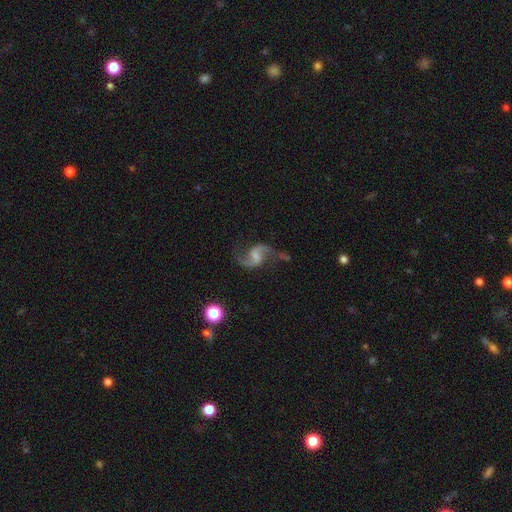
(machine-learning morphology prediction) featured or disk 89%, star or artifact 6%, smooth 5%. Down the decision tree: edge-on disk — no (98%); bar — weak (49%); spiral arms — yes (97%); spiral arm count — 2 (94%); spiral winding — loose (74%); bulge size — small (36%); merging — none (70%).